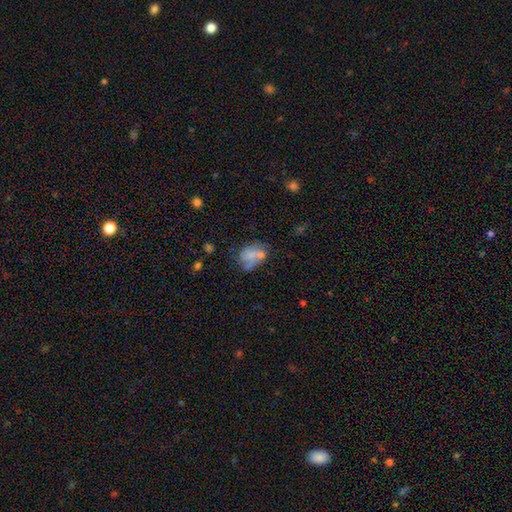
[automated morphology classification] Smooth or featured? Predicted: smooth (p=0.49). Merging? Predicted: none (p=0.38).